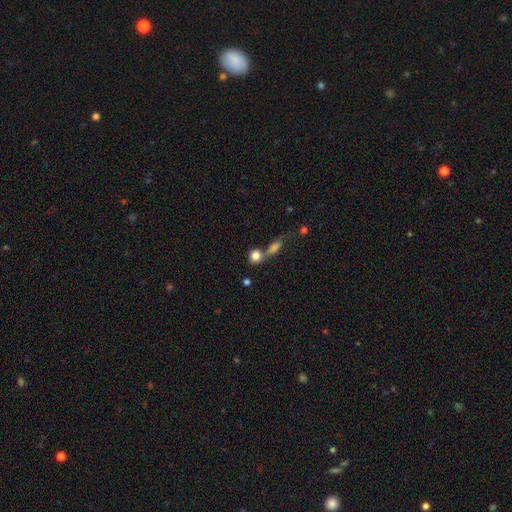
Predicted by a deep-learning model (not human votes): Morphology: type=smooth (82%); roundness=round (79%); merging=merger (43%, tied with none).